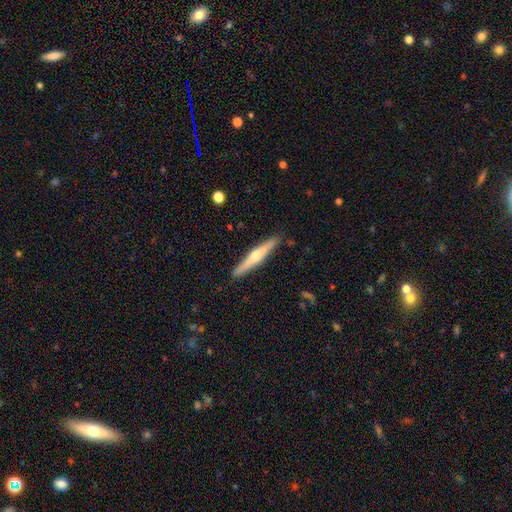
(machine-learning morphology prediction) This appears to be a featured or disk galaxy (60%) viewed edge-on (97%) with a rounded central bulge (87%). Merging: none (90%).